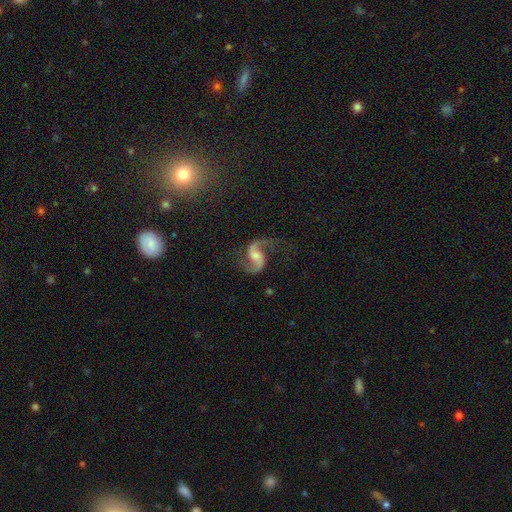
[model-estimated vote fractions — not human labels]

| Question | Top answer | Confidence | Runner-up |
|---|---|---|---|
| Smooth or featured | featured or disk | 90% | star or artifact (5%) |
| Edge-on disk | no | 98% | yes (2%) |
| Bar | no | 44% | weak (42%) |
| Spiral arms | yes | 97% | no (3%) |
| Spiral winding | loose | 71% | medium (25%) |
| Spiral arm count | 2 | 94% | 1 (2%) |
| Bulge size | moderate | 37% | small (35%) |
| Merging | none | 71% | minor disturbance (15%) |